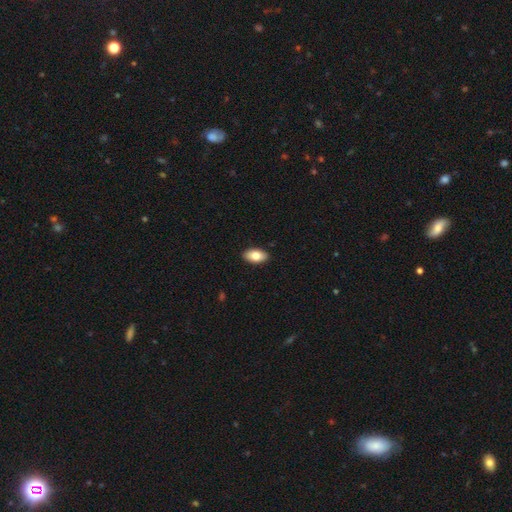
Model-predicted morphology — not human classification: smooth-or-featured: smooth: 81% | featured or disk: 13% | star or artifact: 7%
  how-rounded: in between: 94% | round: 4% | cigar-shaped: 3%
  merging: none: 91% | minor disturbance: 7% | major disturbance: 2% | merger: 1%